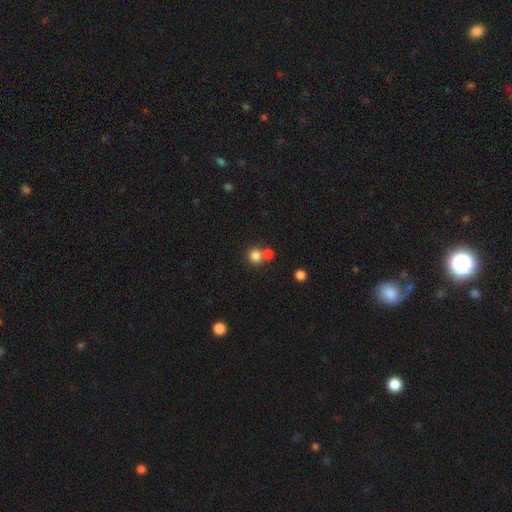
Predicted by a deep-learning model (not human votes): Smooth or featured? smooth (81%)
How rounded? round (88%)
Merging? none (53%)